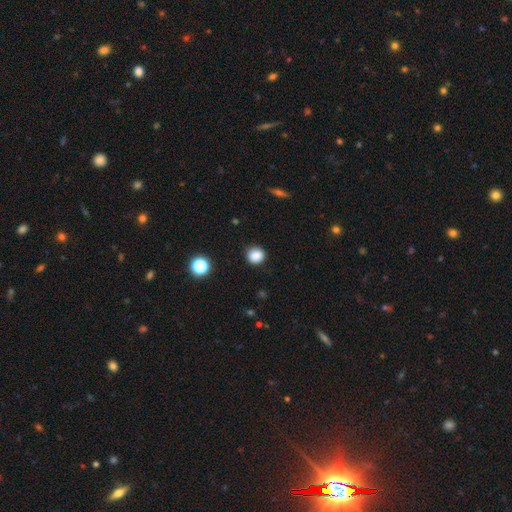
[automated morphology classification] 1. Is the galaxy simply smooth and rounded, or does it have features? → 86% smooth, 11% star or artifact, 3% featured or disk.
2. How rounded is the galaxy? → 86% round, 13% in between, 1% cigar-shaped.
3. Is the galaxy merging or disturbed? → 89% none, 8% minor disturbance, 2% major disturbance, 1% merger.